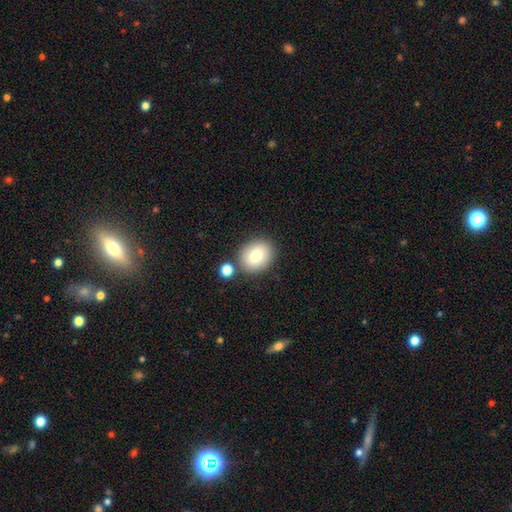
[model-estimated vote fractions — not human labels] Smooth or featured? smooth (79%)
How rounded? round (54%)
Merging? none (78%)